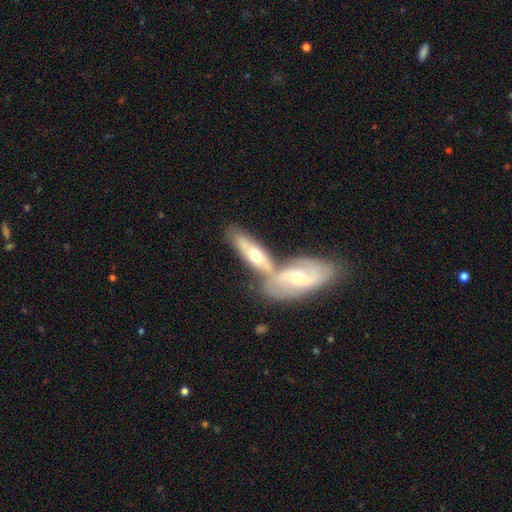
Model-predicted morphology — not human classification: smooth-or-featured: featured or disk: 56% | smooth: 40% | star or artifact: 4%
  disk-edge-on: no: 58% | yes: 42%
  merging: merger: 53% | none: 34% | minor disturbance: 10% | major disturbance: 4%